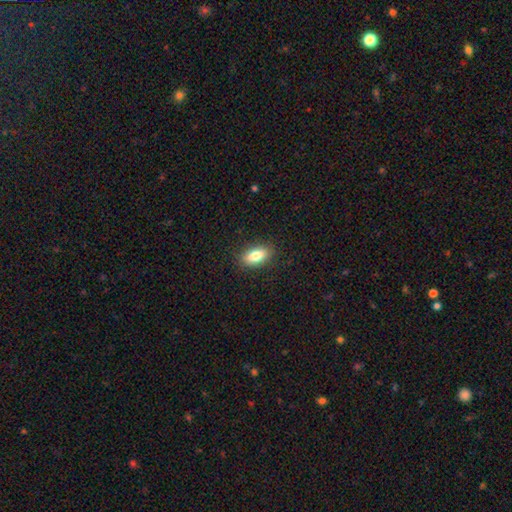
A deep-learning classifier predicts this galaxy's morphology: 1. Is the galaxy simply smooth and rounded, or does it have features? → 80% smooth, 13% featured or disk, 7% star or artifact.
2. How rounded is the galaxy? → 86% in between, 9% cigar-shaped, 5% round.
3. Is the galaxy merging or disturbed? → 88% none, 8% minor disturbance, 2% major disturbance, 1% merger.